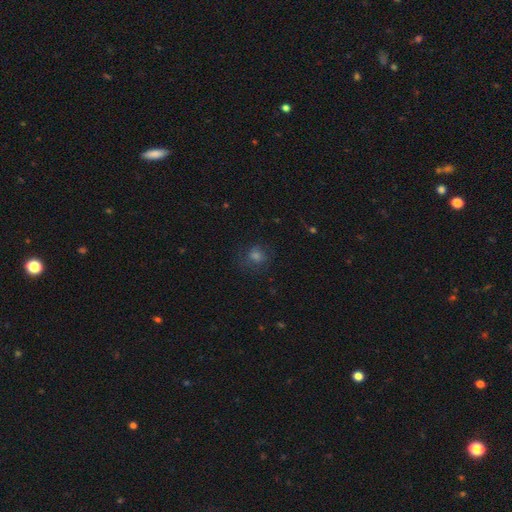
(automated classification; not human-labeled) smooth-or-featured: smooth: 61% | star or artifact: 26% | featured or disk: 13%
  how-rounded: round: 78% | in between: 21% | cigar-shaped: 1%
  merging: none: 73% | minor disturbance: 16% | major disturbance: 10% | merger: 1%